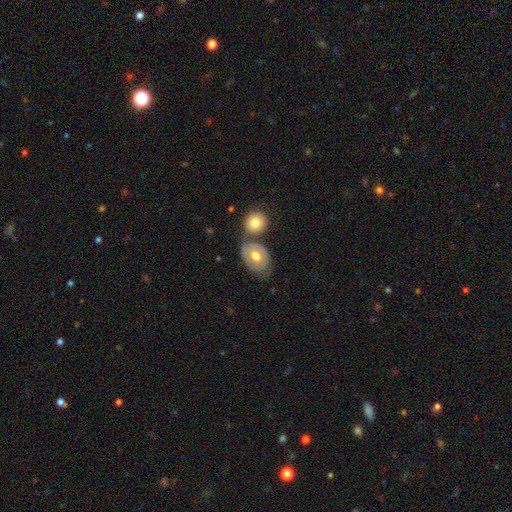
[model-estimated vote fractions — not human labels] Smooth or featured? featured or disk (48%)
Merging? none (45%)